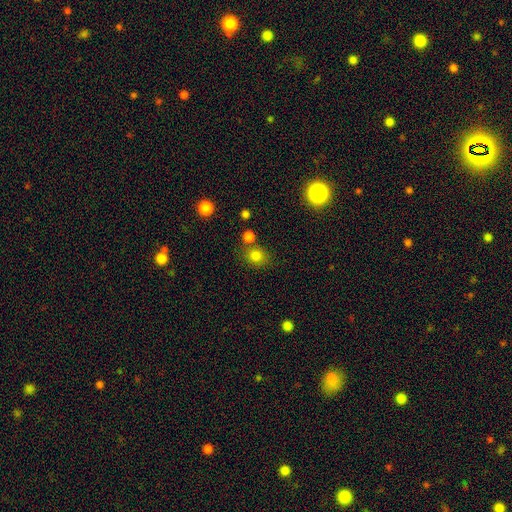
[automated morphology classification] smooth_or_featured: smooth (p=0.80) [alt: star or artifact p=0.14]
how_rounded: round (p=0.76) [alt: in between p=0.23]
merging: none (p=0.67) [alt: merger p=0.18]